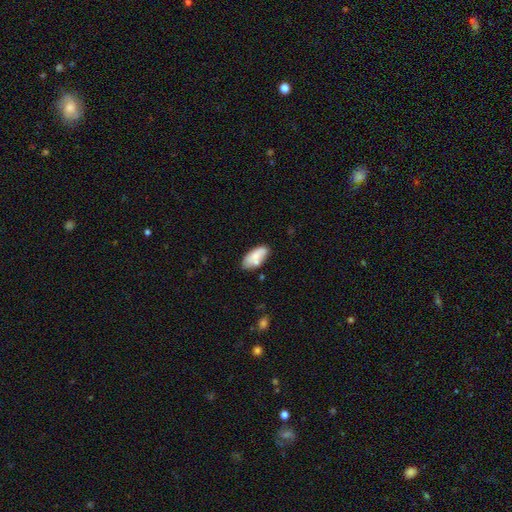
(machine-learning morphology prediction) Smooth or featured? smooth (76%)
How rounded? in between (89%)
Merging? none (65%)